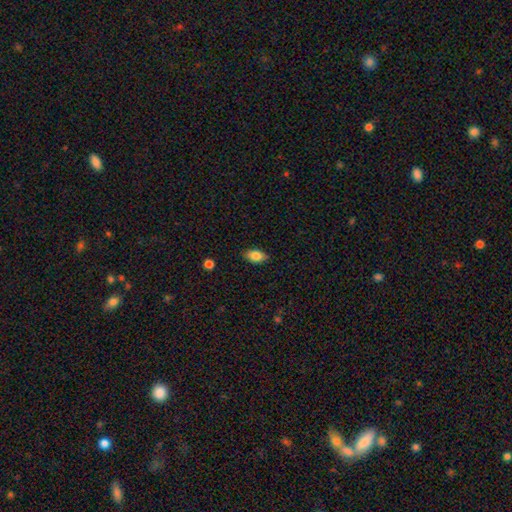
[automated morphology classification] smooth_or_featured: smooth (p=0.84) [alt: featured or disk p=0.09]
how_rounded: in between (p=0.89) [alt: round p=0.07]
merging: none (p=0.86) [alt: minor disturbance p=0.11]